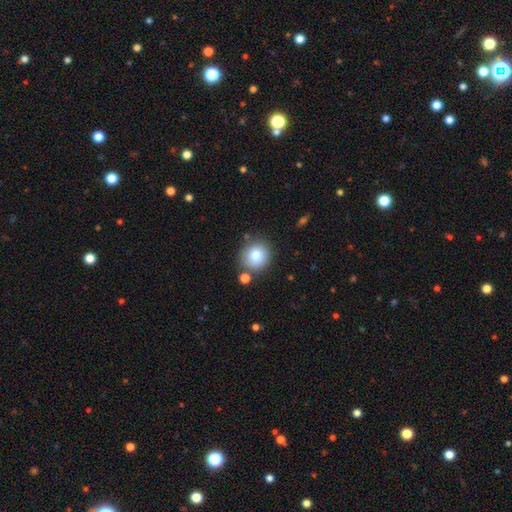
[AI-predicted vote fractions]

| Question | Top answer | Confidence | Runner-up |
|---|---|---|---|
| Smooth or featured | smooth | 81% | star or artifact (10%) |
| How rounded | round | 87% | in between (12%) |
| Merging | none | 80% | minor disturbance (10%) |